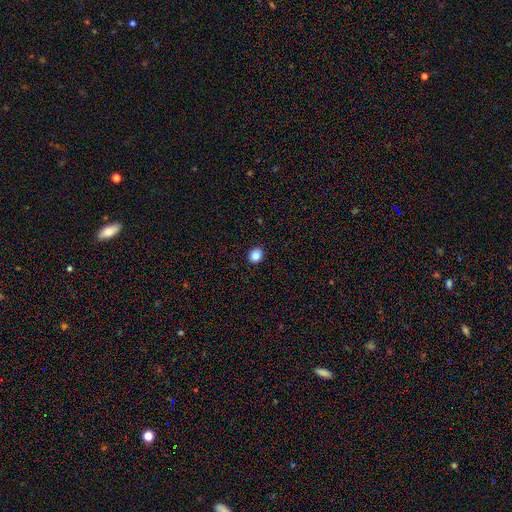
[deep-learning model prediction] smooth-or-featured: smooth: 86% | star or artifact: 10% | featured or disk: 4%
  how-rounded: round: 74% | in between: 25% | cigar-shaped: 1%
  merging: none: 92% | minor disturbance: 5% | major disturbance: 2% | merger: 1%